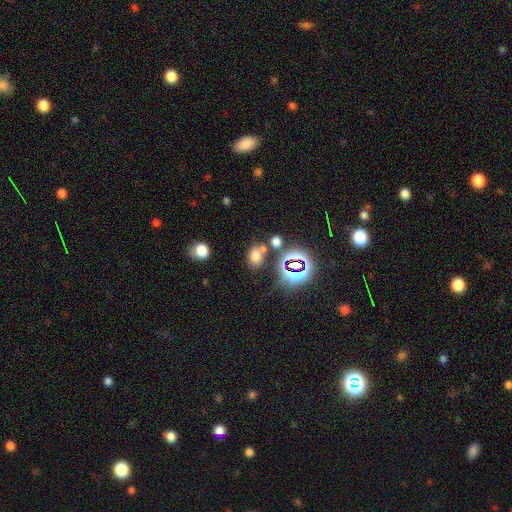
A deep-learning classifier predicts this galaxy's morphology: Smooth or featured: smooth — 65% (star or artifact — 26%)
How rounded: in between — 71% (round — 28%)
Merging: none — 62% (merger — 19%)